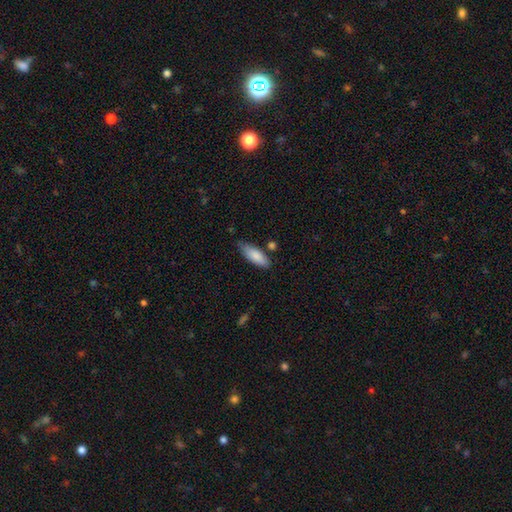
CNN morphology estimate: This is clearly a smooth galaxy (84%). How rounded: likely in between (66%). Merging: likely none (71%).